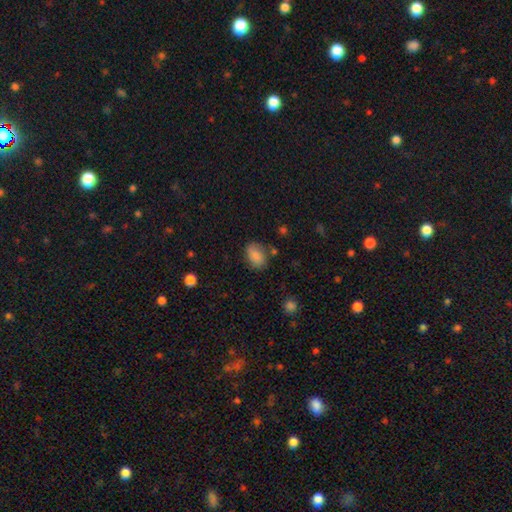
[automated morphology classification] smooth 84%, star or artifact 8%, featured or disk 8%. Down the decision tree: how rounded — in between (83%); merging — none (71%).